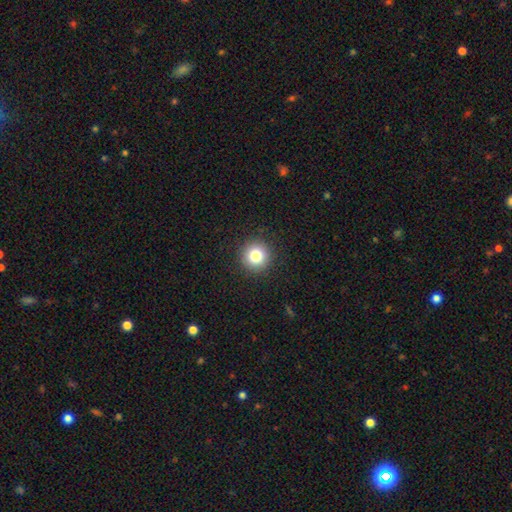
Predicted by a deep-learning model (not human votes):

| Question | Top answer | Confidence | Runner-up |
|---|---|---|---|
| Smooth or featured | smooth | 81% | star or artifact (12%) |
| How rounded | round | 95% | in between (4%) |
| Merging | none | 92% | minor disturbance (5%) |